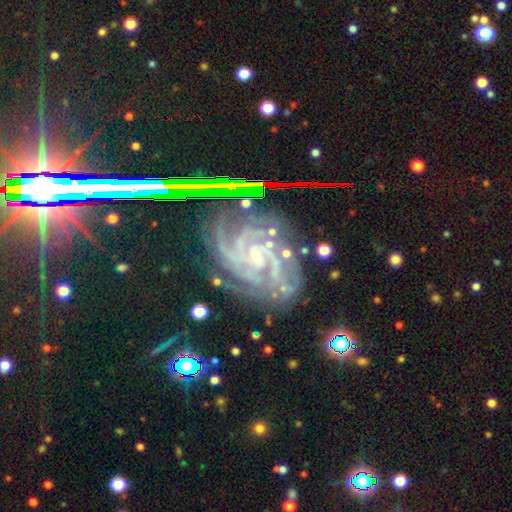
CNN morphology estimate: Smooth or featured? Predicted: featured or disk (p=0.85). Edge-on disk? Predicted: no (p=0.97). Bar? Predicted: no (p=0.53). Spiral arms? Predicted: yes (p=0.98). Spiral winding? Predicted: tight (p=0.67). Spiral arm count? Predicted: 4 (p=0.26). Bulge size? Predicted: small (p=0.73). Merging? Predicted: none (p=0.70).